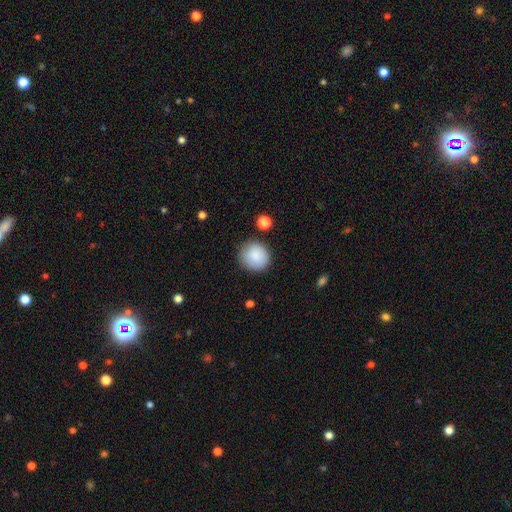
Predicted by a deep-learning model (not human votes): A smooth galaxy with no disk features (87%) that is round (90%). Merging: none (84%).